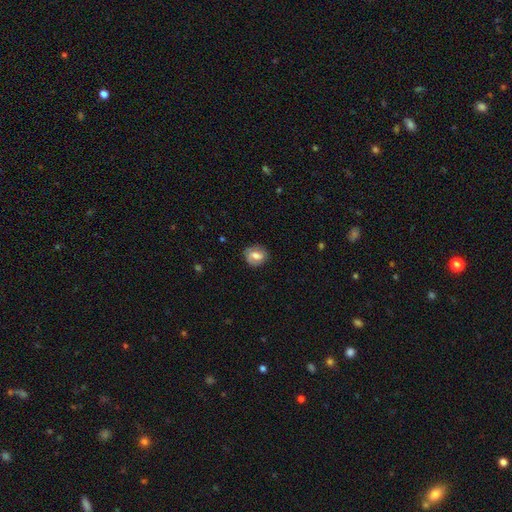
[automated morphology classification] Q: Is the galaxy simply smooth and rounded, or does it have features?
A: smooth — 55%.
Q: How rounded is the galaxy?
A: round — 62%.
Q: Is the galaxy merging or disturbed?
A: none — 75%.